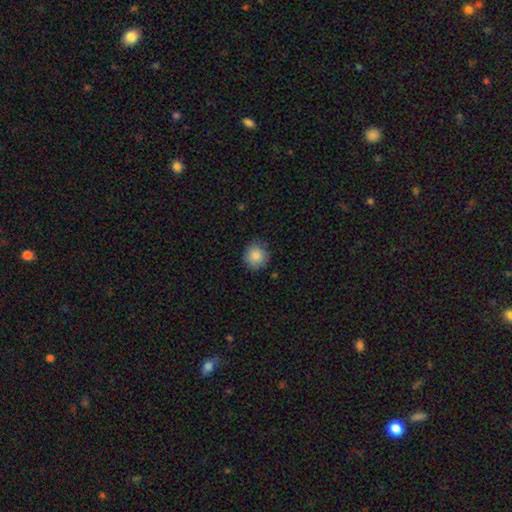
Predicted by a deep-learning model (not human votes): smooth 87%, star or artifact 9%, featured or disk 5%. Down the decision tree: how rounded — round (91%); merging — none (84%).